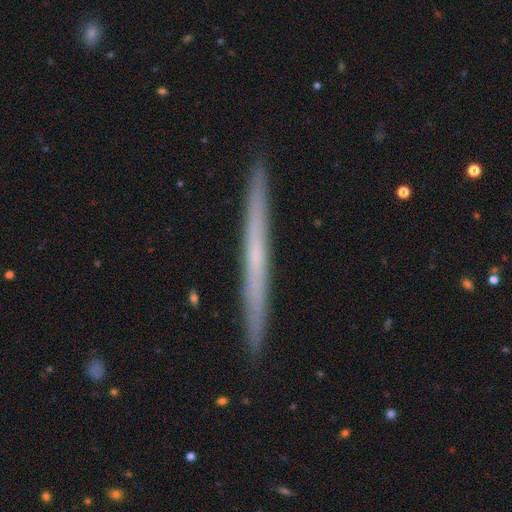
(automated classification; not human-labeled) This is possibly a featured or disk galaxy (59%). It is clearly viewed edge-on (97%). Edge-on bulge: clearly none (85%). Merging: clearly none (92%).